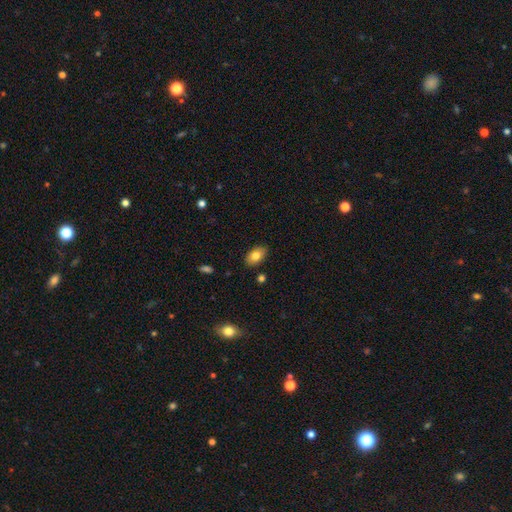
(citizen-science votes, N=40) Overall: smooth (75%). How rounded: in between (100%). Merging: none (92%).